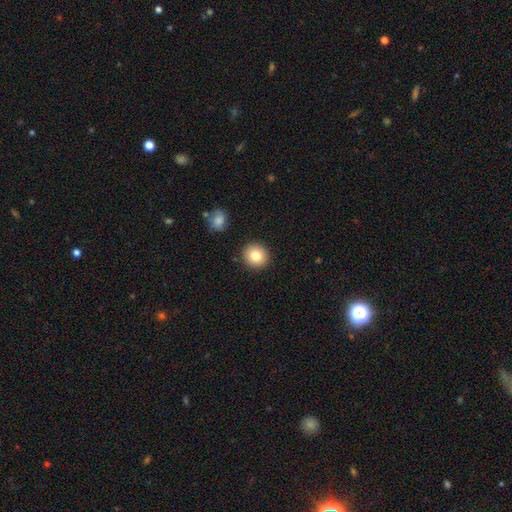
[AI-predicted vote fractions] Q: Smooth or featured?
A: smooth (82%); runner-up: star or artifact (9%)
Q: How rounded?
A: round (91%); runner-up: in between (8%)
Q: Merging?
A: none (91%); runner-up: minor disturbance (6%)